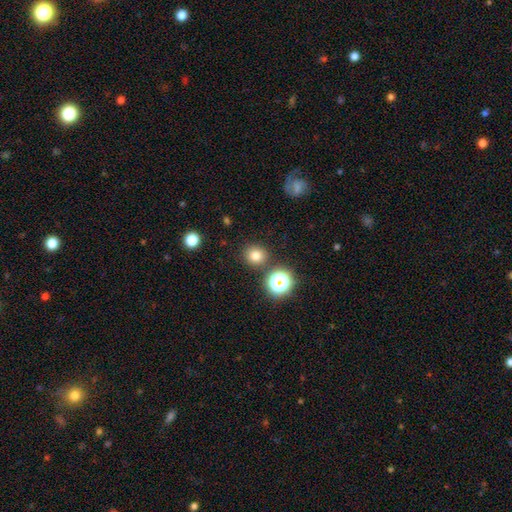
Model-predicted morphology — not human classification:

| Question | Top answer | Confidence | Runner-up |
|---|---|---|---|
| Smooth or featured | smooth | 75% | star or artifact (18%) |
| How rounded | round | 88% | in between (11%) |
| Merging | none | 84% | minor disturbance (8%) |